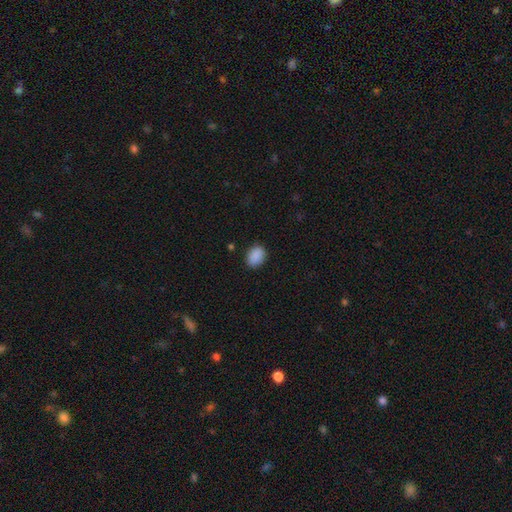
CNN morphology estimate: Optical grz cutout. It shows a smooth galaxy with no disk features (90%) that is in between round and cigar-shaped (70%). Merging: none (86%).